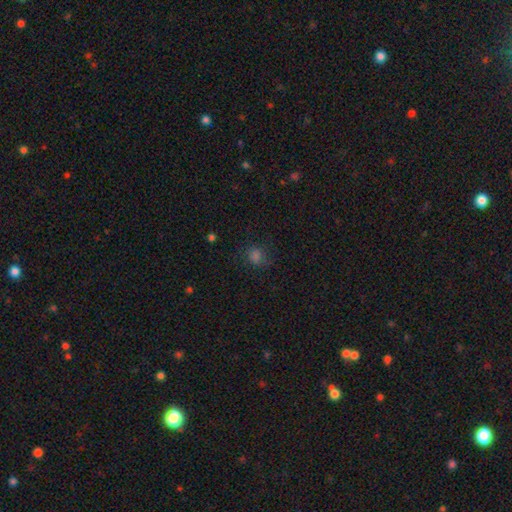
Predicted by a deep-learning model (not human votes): Smooth or featured? smooth (66%)
How rounded? round (67%)
Merging? none (70%)